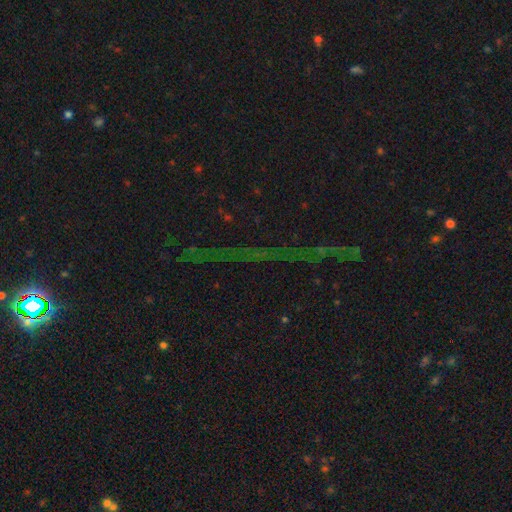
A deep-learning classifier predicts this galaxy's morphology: This is clearly a star or artifact rather than a galaxy (81%).